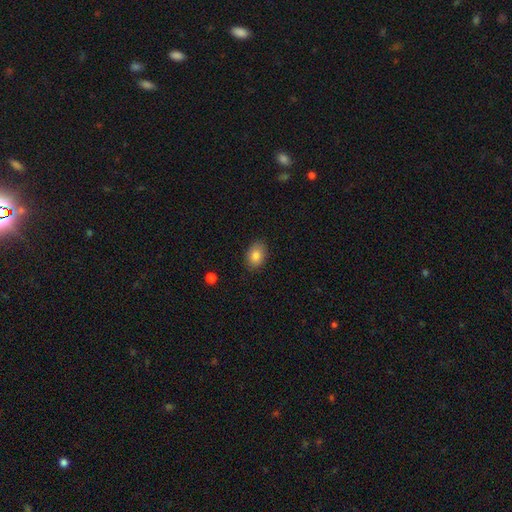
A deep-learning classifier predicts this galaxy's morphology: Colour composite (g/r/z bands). It shows a smooth galaxy with no disk features (83%) that is in between round and cigar-shaped (76%). Merging: none (86%).